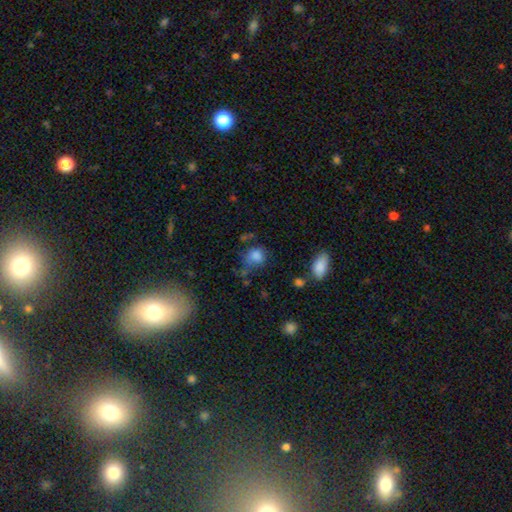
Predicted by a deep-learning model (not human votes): Q: Smooth or featured?
A: smooth (77%); runner-up: star or artifact (12%)
Q: How rounded?
A: round (56%); runner-up: in between (42%)
Q: Merging?
A: none (42%); runner-up: minor disturbance (28%)